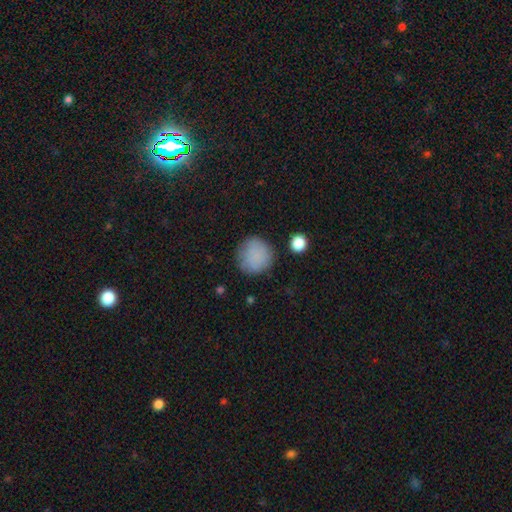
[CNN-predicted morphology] smooth 85%, star or artifact 8%, featured or disk 6%. Down the decision tree: how rounded — round (91%); merging — none (80%).